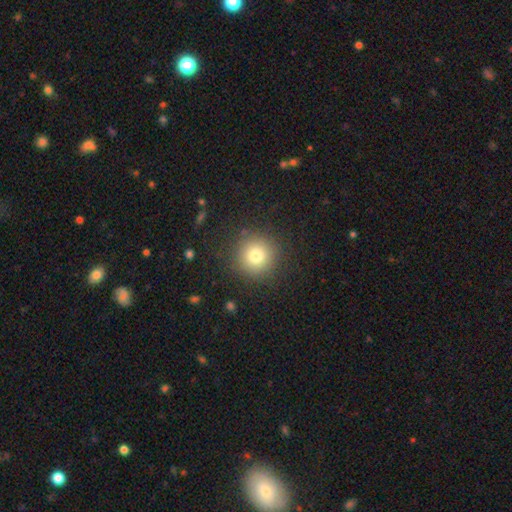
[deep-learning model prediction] smooth-or-featured: smooth: 78% | star or artifact: 13% | featured or disk: 9%
  how-rounded: round: 94% | in between: 5% | cigar-shaped: 1%
  merging: none: 89% | minor disturbance: 7% | major disturbance: 3% | merger: 1%